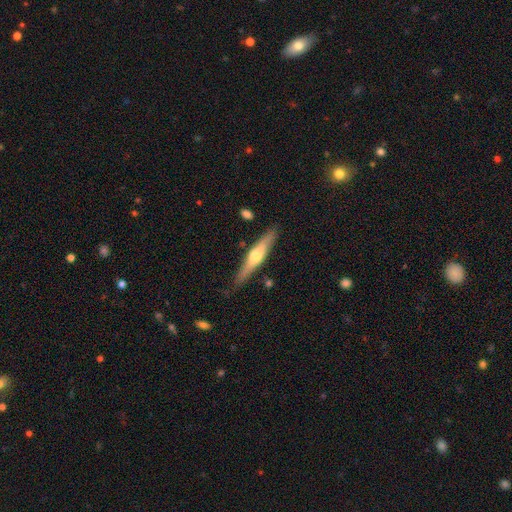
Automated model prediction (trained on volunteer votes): Smooth or featured: featured or disk — 58% (smooth — 37%)
Edge-on disk: yes — 93% (no — 7%)
Edge-on bulge: rounded — 91% (none — 5%)
Merging: none — 82% (minor disturbance — 13%)